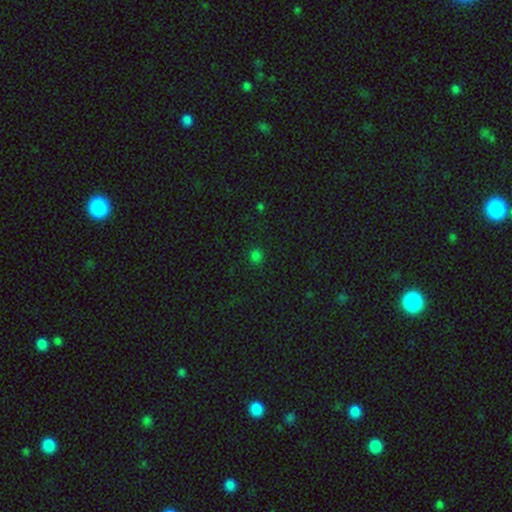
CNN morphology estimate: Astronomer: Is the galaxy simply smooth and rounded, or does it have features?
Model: smooth — 73%.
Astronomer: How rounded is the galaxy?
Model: round — 86%.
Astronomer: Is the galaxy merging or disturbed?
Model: none — 86%.